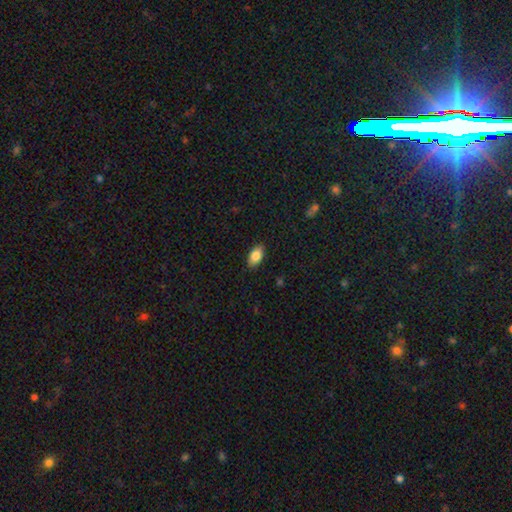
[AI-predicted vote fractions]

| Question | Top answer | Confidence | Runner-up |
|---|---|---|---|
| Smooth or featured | smooth | 85% | featured or disk (8%) |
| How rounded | in between | 92% | round (5%) |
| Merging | none | 88% | minor disturbance (9%) |